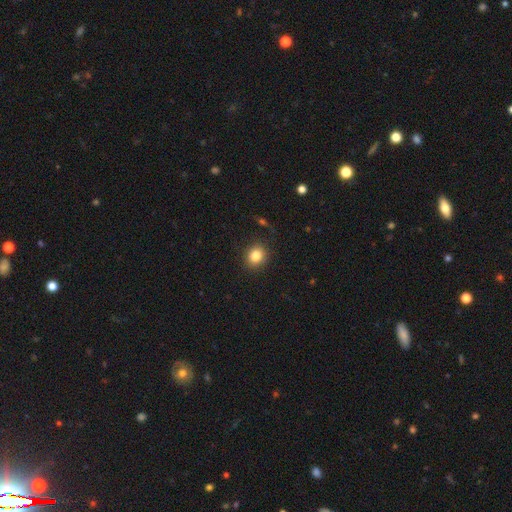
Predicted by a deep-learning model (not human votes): This is clearly a smooth galaxy (84%). How rounded: likely round (71%). Merging: clearly none (88%).